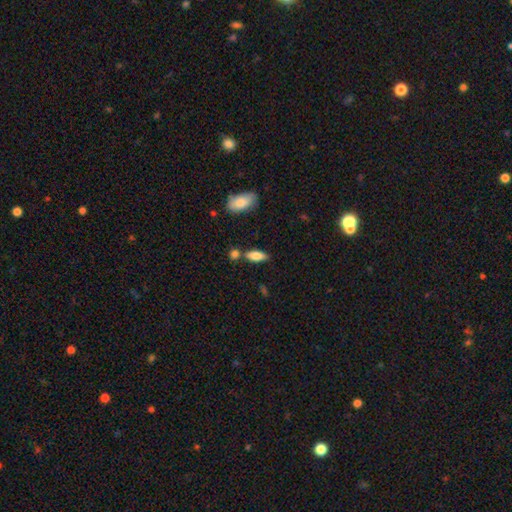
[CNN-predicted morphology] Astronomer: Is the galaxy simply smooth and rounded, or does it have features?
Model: smooth — 82%.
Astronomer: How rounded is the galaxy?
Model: in between — 74%.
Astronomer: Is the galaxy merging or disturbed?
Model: none — 65%.